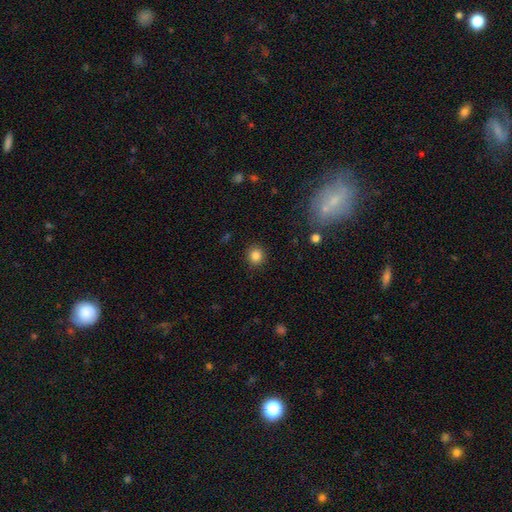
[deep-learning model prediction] Smooth or featured? Predicted: smooth (p=0.85). How rounded? Predicted: round (p=0.89). Merging? Predicted: none (p=0.90).